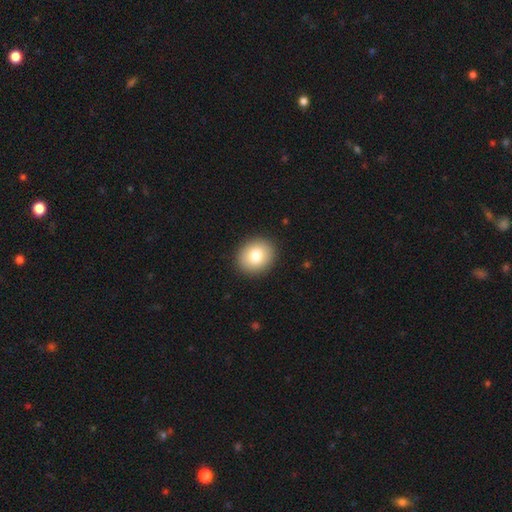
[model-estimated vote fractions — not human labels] Smooth or featured? Predicted: smooth (p=0.80). How rounded? Predicted: round (p=0.68). Merging? Predicted: none (p=0.91).